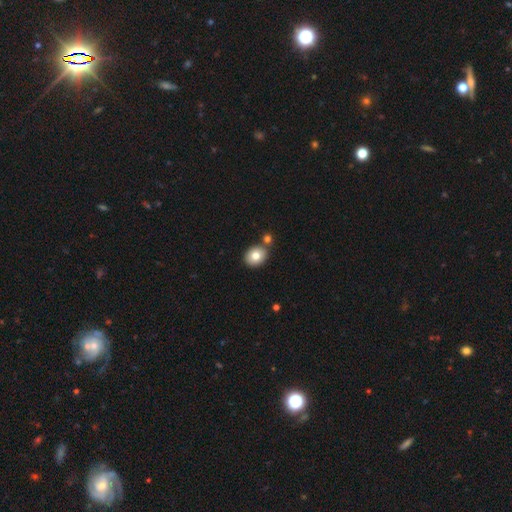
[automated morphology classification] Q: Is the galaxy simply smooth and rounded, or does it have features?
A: smooth — 79%.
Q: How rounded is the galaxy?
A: round — 56%.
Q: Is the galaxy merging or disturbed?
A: none — 71%.